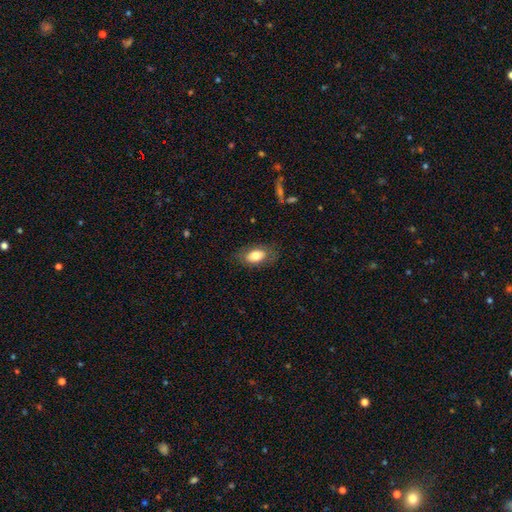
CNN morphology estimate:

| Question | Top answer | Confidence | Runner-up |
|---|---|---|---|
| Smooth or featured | smooth | 77% | featured or disk (16%) |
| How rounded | in between | 90% | round (7%) |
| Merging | none | 79% | minor disturbance (15%) |